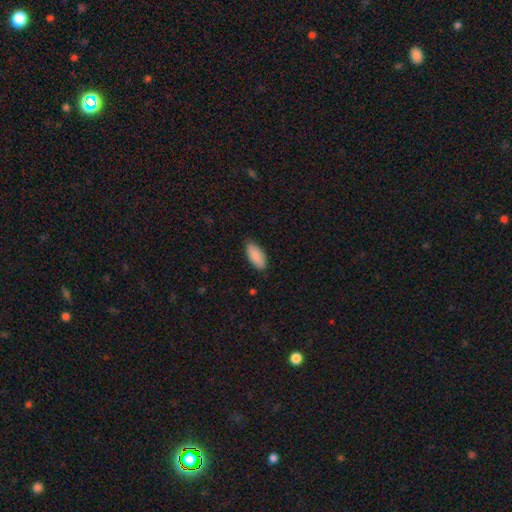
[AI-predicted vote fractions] This appears to be a smooth galaxy with no disk features (90%) that is in between round and cigar-shaped (90%). Merging: none (82%).